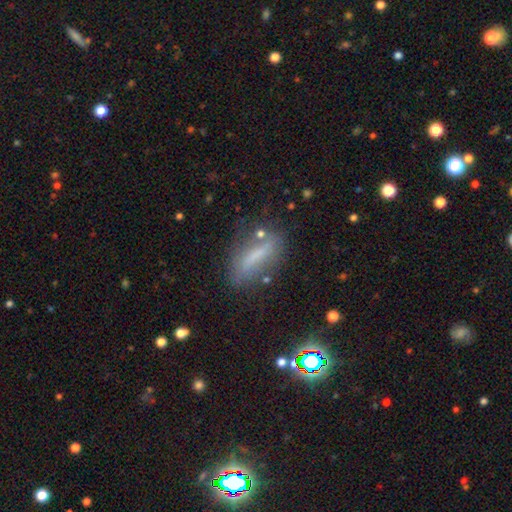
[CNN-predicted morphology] smooth 54%, featured or disk 31%, star or artifact 15%. Down the decision tree: how rounded — cigar-shaped (58%); merging — none (67%).